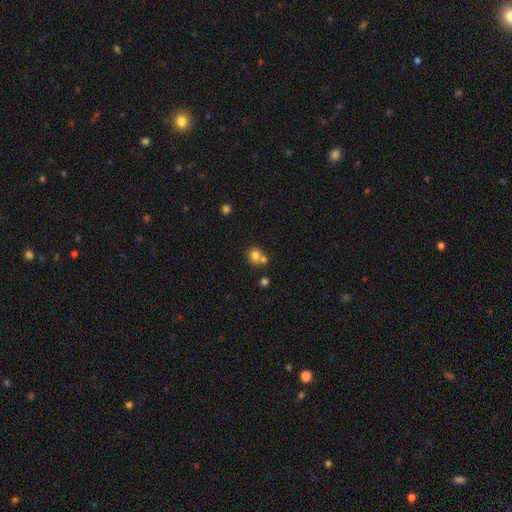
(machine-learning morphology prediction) This appears to be a smooth galaxy with no disk features (76%) that is round (74%). Merging: merger (48%).